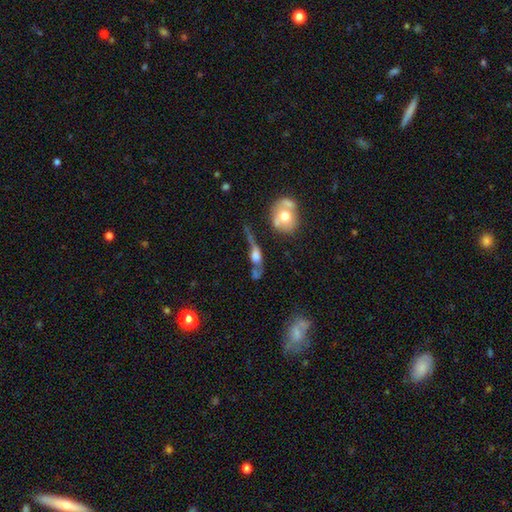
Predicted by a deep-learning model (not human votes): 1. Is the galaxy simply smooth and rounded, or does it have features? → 53% featured or disk, 36% smooth, 11% star or artifact.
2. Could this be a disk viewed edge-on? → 52% no, 48% yes.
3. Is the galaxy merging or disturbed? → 30% major disturbance, 28% none, 24% merger, 18% minor disturbance.